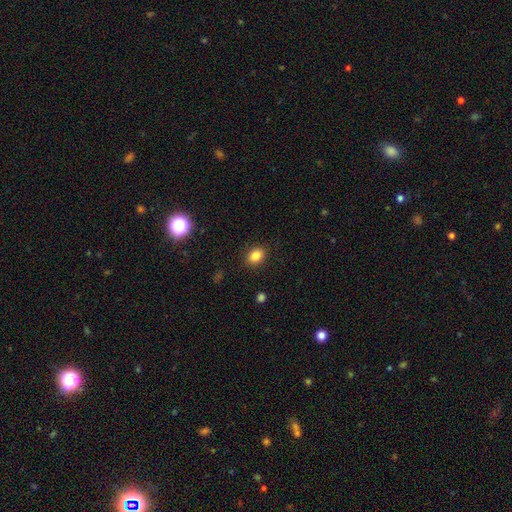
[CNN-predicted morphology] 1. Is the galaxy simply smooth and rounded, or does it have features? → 84% smooth, 11% star or artifact, 5% featured or disk.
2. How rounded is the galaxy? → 63% in between, 36% round, 1% cigar-shaped.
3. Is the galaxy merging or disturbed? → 88% none, 8% minor disturbance, 3% major disturbance, 1% merger.